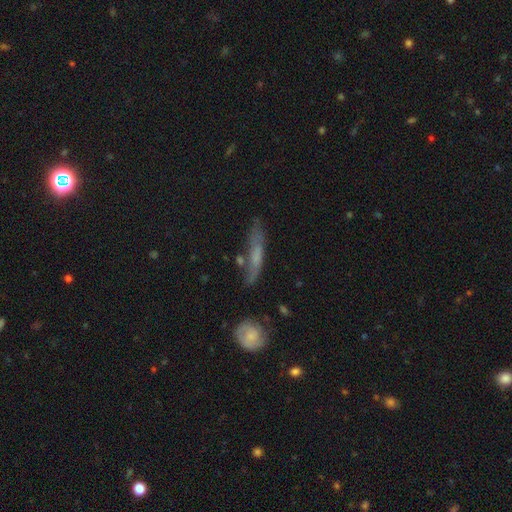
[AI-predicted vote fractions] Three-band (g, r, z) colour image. It shows a smooth galaxy with no disk features (48%). Merging: none (60%).